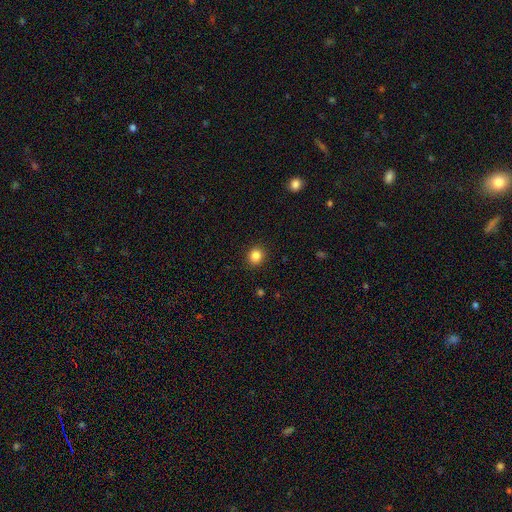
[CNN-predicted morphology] Smooth or featured: smooth — 85% (star or artifact — 11%)
How rounded: round — 82% (in between — 17%)
Merging: none — 91% (minor disturbance — 6%)